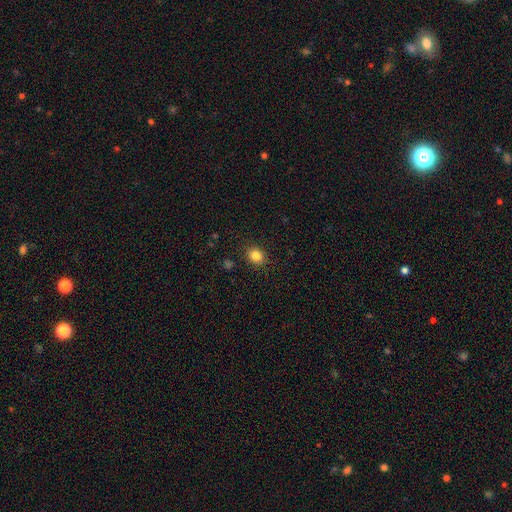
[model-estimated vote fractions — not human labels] smooth_or_featured: smooth (p=0.84) [alt: star or artifact p=0.11]
how_rounded: round (p=0.70) [alt: in between p=0.29]
merging: none (p=0.88) [alt: minor disturbance p=0.08]